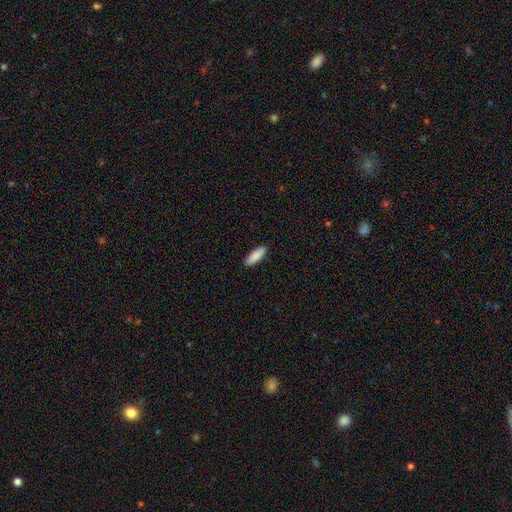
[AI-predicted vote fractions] A smooth galaxy with no disk features (89%) that is in between round and cigar-shaped (59%).

Vote fractions:
- Smooth or featured? smooth: 89% / featured or disk: 6% / star or artifact: 5%
- How rounded? in between: 59% / cigar-shaped: 40% / round: 2%
- Merging? none: 90% / minor disturbance: 7% / major disturbance: 1% / merger: 1%